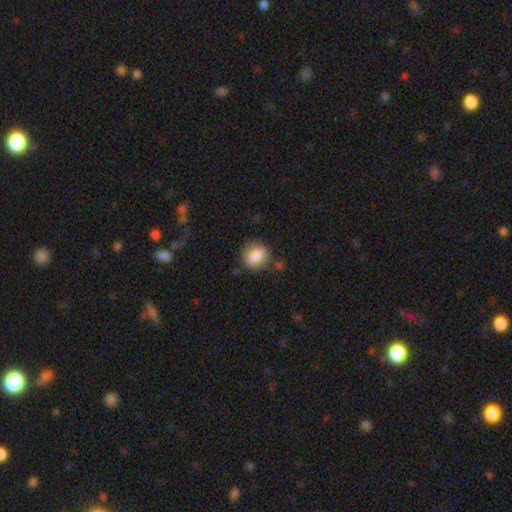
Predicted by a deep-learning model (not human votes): smooth 85%, star or artifact 8%, featured or disk 7%. Down the decision tree: how rounded — round (73%); merging — none (77%).